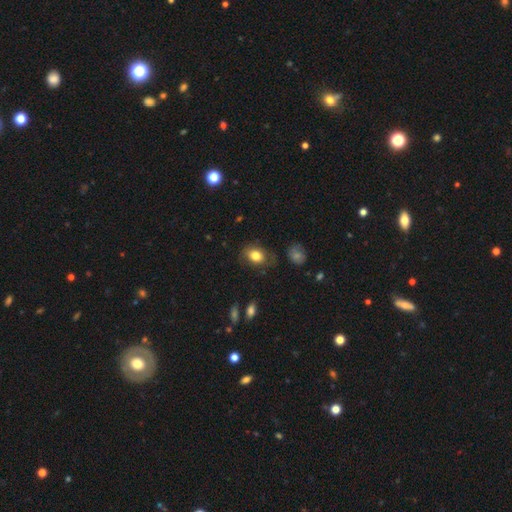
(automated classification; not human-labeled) Smooth or featured?
  - smooth: 80% *
  - featured or disk: 11%
  - star or artifact: 9%
How rounded?
  - in between: 69% *
  - round: 30%
  - cigar-shaped: 1%
Merging?
  - none: 76% *
  - minor disturbance: 17%
  - major disturbance: 5%
  - merger: 2%